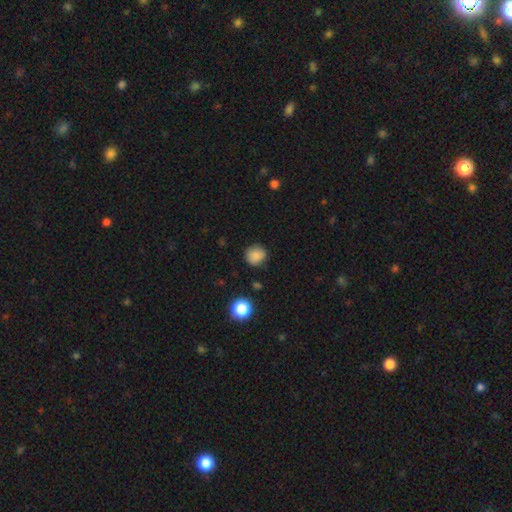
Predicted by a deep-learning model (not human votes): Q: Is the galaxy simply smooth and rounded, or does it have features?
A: smooth — 85%.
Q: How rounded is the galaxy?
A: round — 90%.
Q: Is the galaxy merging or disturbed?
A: none — 83%.